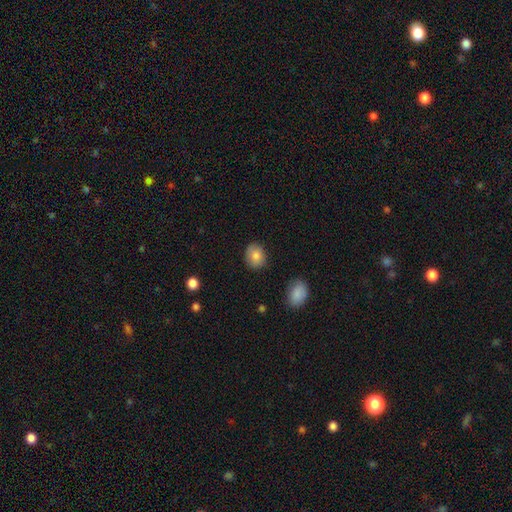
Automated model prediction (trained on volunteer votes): This appears to be a smooth galaxy with no disk features (84%) that is round (54%). Merging: none (83%).